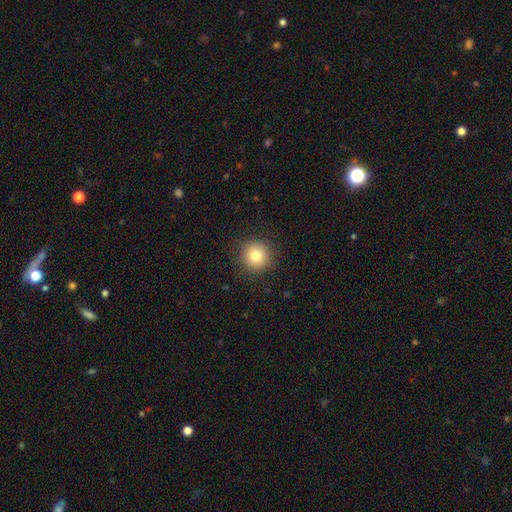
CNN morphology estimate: smooth_or_featured: smooth (p=0.81) [alt: star or artifact p=0.11]
how_rounded: round (p=0.94) [alt: in between p=0.05]
merging: none (p=0.91) [alt: minor disturbance p=0.06]